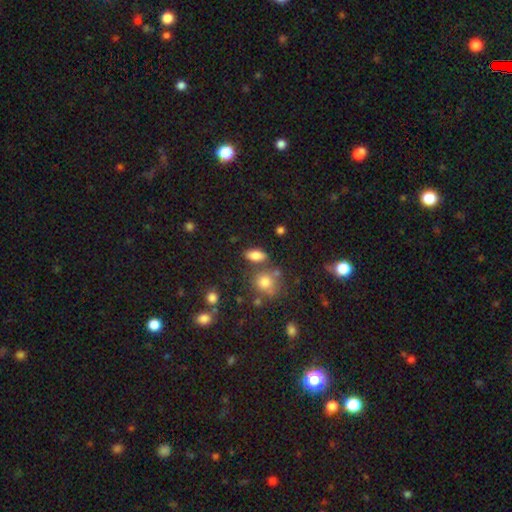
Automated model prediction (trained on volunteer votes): smooth_or_featured: smooth (p=0.79) [alt: featured or disk p=0.11]
how_rounded: in between (p=0.81) [alt: cigar-shaped p=0.10]
merging: none (p=0.73) [alt: minor disturbance p=0.13]